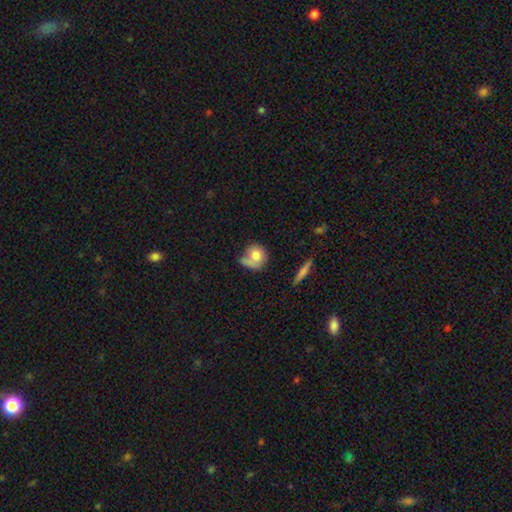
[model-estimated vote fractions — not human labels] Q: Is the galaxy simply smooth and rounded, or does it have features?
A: smooth — 71%.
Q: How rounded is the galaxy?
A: round — 73%.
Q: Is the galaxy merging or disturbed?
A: none — 41%.